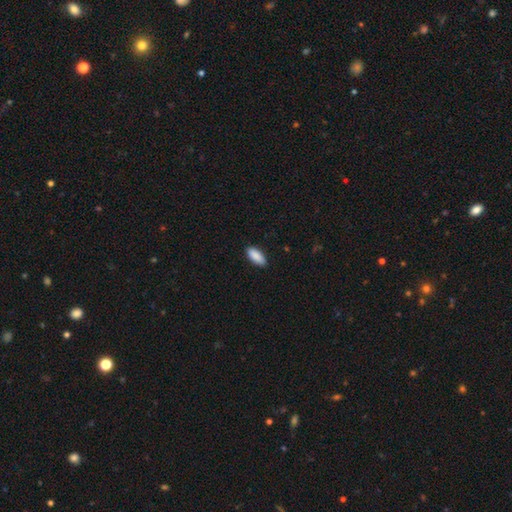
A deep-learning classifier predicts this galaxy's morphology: A smooth galaxy with no disk features (90%) that is in between round and cigar-shaped (85%).

Vote fractions:
- Smooth or featured? smooth: 90% / star or artifact: 6% / featured or disk: 4%
- How rounded? in between: 85% / cigar-shaped: 14% / round: 2%
- Merging? none: 89% / minor disturbance: 9% / major disturbance: 2% / merger: 1%